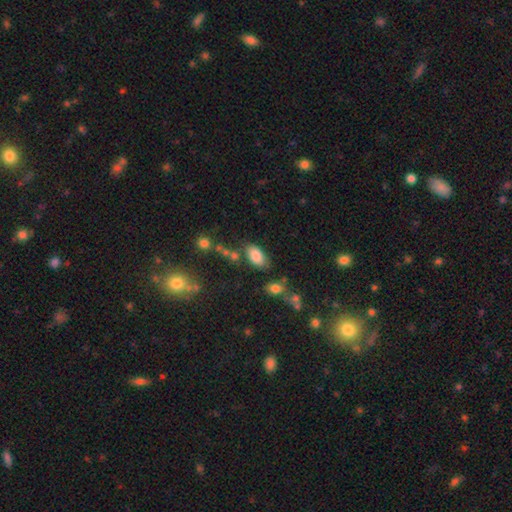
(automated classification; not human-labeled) A smooth galaxy with no disk features (83%) that is in between round and cigar-shaped (94%). Merging: none (71%).